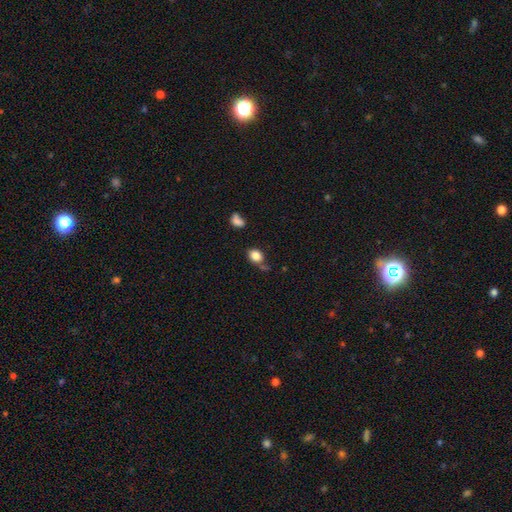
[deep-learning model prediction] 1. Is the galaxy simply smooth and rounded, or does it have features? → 84% smooth, 10% star or artifact, 6% featured or disk.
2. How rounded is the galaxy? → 56% in between, 42% round, 1% cigar-shaped.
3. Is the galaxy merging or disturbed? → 59% none, 22% minor disturbance, 11% merger, 8% major disturbance.